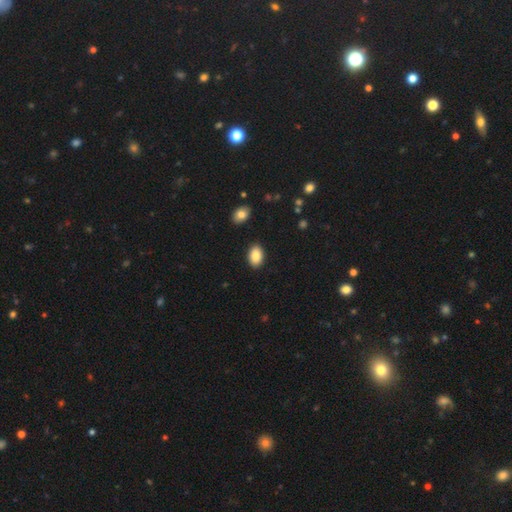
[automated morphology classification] Smooth or featured: smooth — 88% (star or artifact — 7%)
How rounded: in between — 90% (round — 8%)
Merging: none — 89% (minor disturbance — 7%)